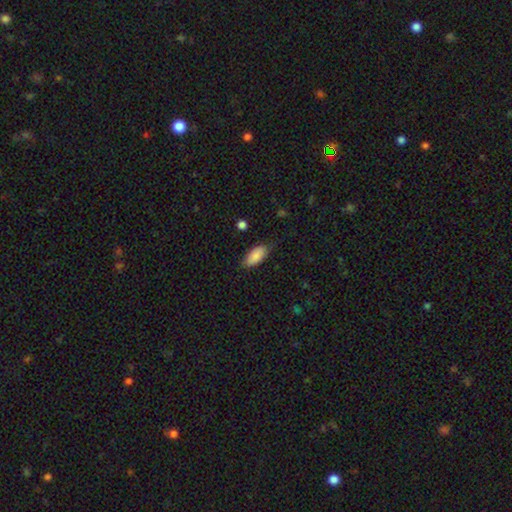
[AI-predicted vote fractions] smooth_or_featured: smooth (p=0.86) [alt: featured or disk p=0.07]
how_rounded: in between (p=0.91) [alt: cigar-shaped p=0.07]
merging: none (p=0.77) [alt: minor disturbance p=0.19]